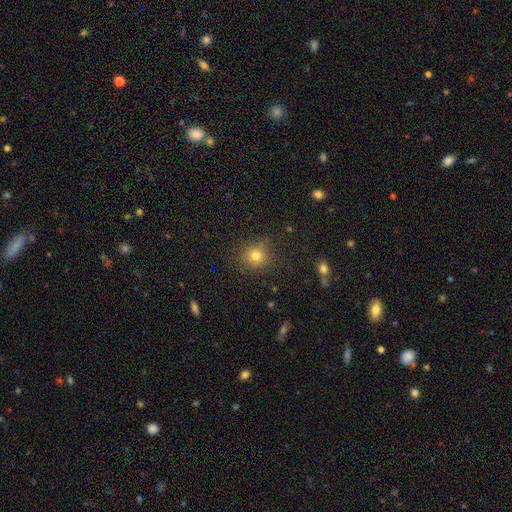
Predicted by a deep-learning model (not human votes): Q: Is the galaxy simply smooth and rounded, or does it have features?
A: smooth — 78%.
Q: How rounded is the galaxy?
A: round — 90%.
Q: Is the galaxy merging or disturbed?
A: none — 85%.